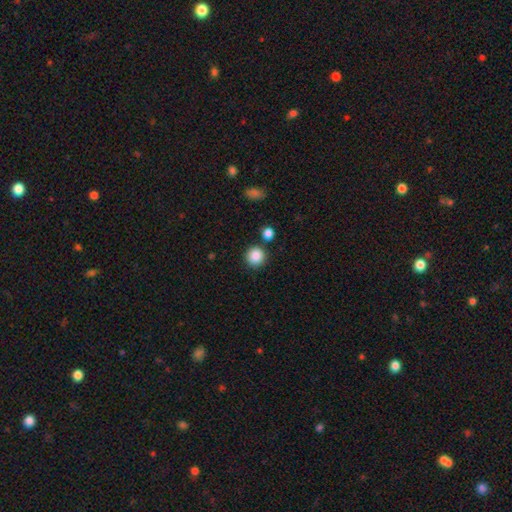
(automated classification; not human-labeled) Morphology: type=smooth (87%); roundness=round (94%); merging=none (85%).